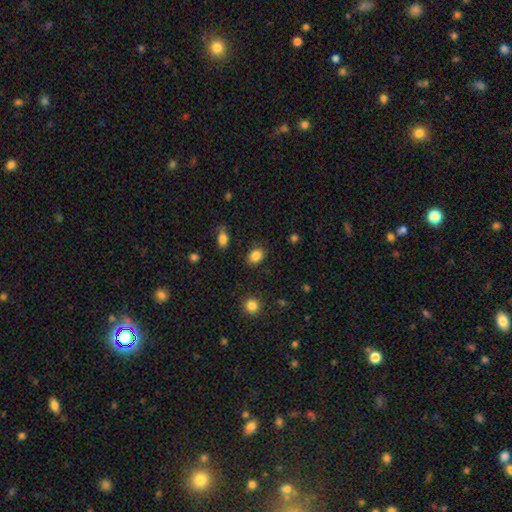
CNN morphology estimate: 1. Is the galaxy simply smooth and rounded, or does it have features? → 85% smooth, 10% star or artifact, 5% featured or disk.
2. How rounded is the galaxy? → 64% in between, 35% round, 1% cigar-shaped.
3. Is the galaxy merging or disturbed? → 84% none, 11% minor disturbance, 3% major disturbance, 2% merger.